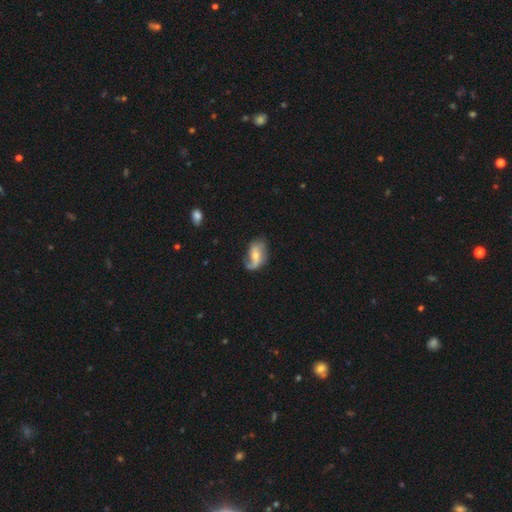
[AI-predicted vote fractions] Q: Smooth or featured?
A: featured or disk (68%); runner-up: smooth (26%)
Q: Edge-on disk?
A: no (95%); runner-up: yes (5%)
Q: Bar?
A: no (44%); runner-up: weak (39%)
Q: Spiral arms?
A: yes (88%); runner-up: no (12%)
Q: Spiral winding?
A: loose (69%); runner-up: medium (23%)
Q: Spiral arm count?
A: 2 (59%); runner-up: 1 (33%)
Q: Bulge size?
A: moderate (49%); runner-up: small (42%)
Q: Merging?
A: none (51%); runner-up: minor disturbance (27%)